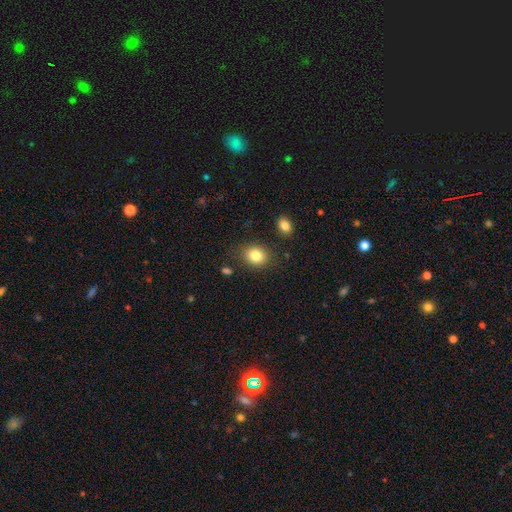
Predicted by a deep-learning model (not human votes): Smooth or featured?
  - smooth: 83% *
  - star or artifact: 10%
  - featured or disk: 7%
How rounded?
  - round: 62% *
  - in between: 37%
  - cigar-shaped: 1%
Merging?
  - none: 83% *
  - minor disturbance: 10%
  - major disturbance: 3%
  - merger: 3%